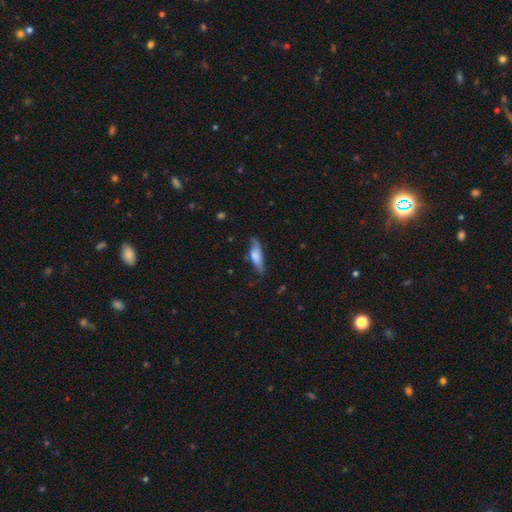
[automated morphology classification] smooth-or-featured: smooth: 63% | featured or disk: 31% | star or artifact: 7%
  how-rounded: cigar-shaped: 52% | in between: 45% | round: 2%
  merging: none: 61% | minor disturbance: 29% | major disturbance: 8% | merger: 2%